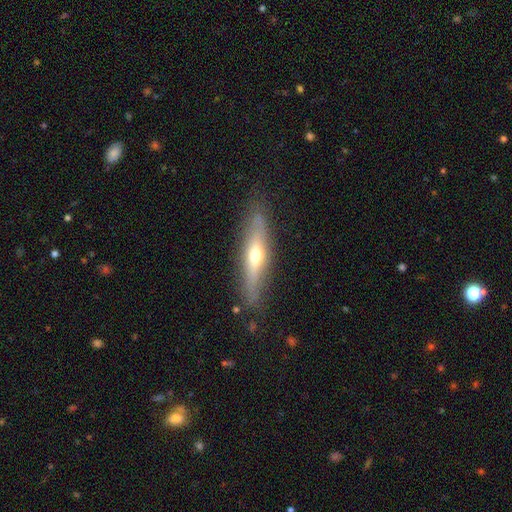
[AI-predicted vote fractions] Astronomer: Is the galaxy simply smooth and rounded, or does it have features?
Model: featured or disk — 54% (runner-up: smooth, 40%).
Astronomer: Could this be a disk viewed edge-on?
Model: yes — 81%.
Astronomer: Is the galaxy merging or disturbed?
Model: none — 82%.